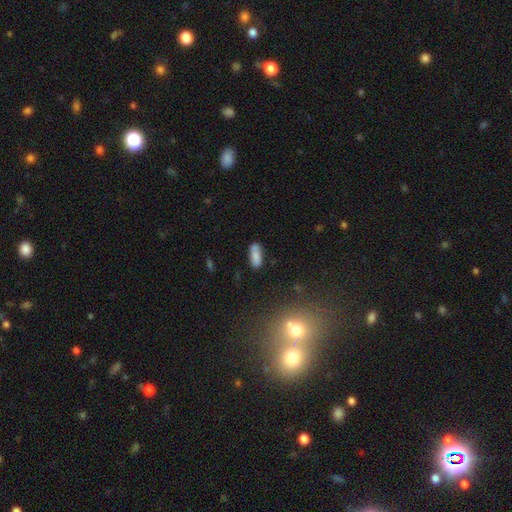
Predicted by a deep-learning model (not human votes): Overall: smooth (78%). How rounded: in between (75%). Merging: none (68%).